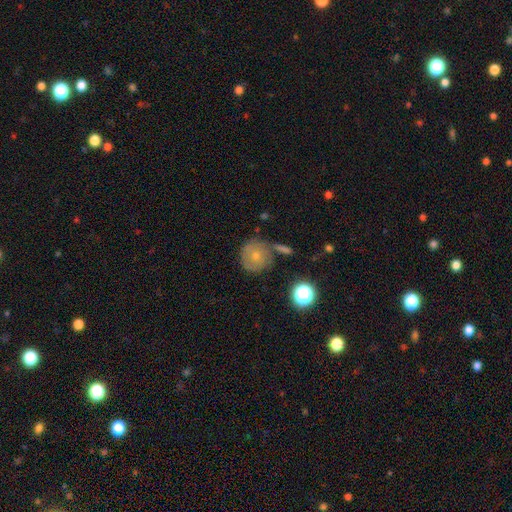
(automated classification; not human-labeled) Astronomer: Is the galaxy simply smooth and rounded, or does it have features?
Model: smooth — 57% (runner-up: featured or disk, 32%).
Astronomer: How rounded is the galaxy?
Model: round — 91%.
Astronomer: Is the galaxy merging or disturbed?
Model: none — 62%.